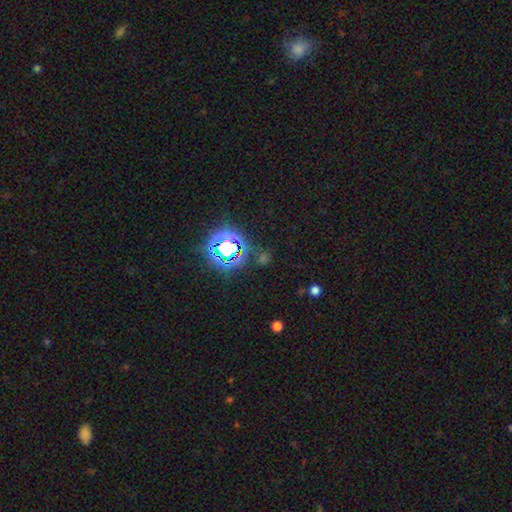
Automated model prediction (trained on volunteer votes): A star or artifact, not a galaxy (76%).